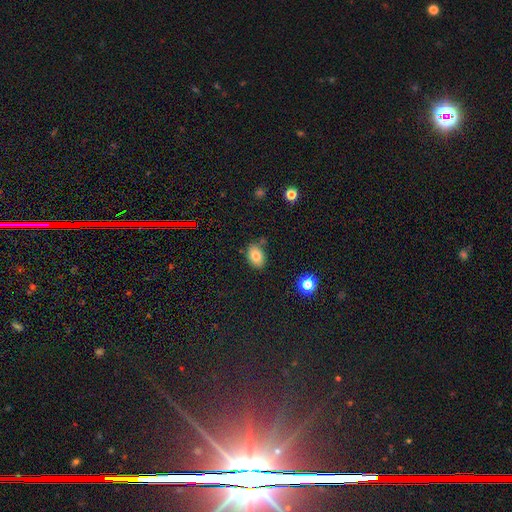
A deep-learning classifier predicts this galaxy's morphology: smooth-or-featured: smooth: 81% | star or artifact: 10% | featured or disk: 9%
  how-rounded: in between: 81% | round: 17% | cigar-shaped: 1%
  merging: none: 76% | minor disturbance: 15% | merger: 6% | major disturbance: 3%